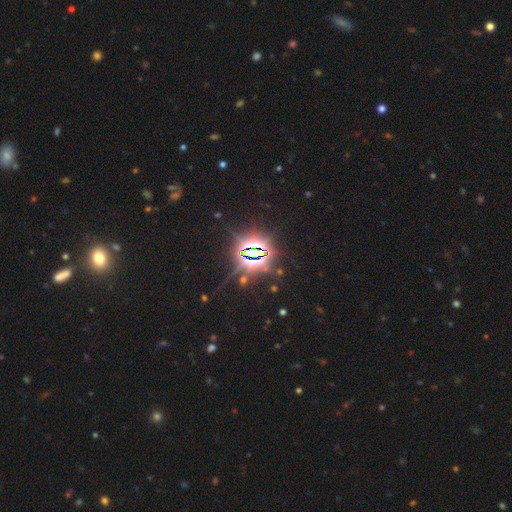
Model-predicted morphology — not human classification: Overall: star or artifact (86%).